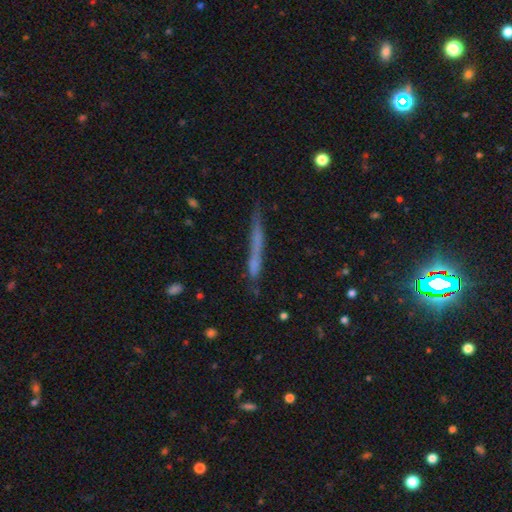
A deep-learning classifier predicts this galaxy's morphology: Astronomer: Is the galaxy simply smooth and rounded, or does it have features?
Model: smooth — 53% (runner-up: featured or disk, 38%).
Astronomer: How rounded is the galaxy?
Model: cigar-shaped — 95%.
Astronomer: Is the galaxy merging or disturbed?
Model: none — 69%.